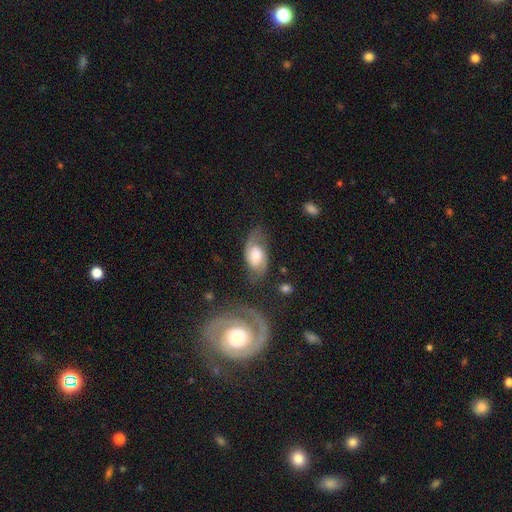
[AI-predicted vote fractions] This is likely a featured or disk galaxy (64%). It is clearly not viewed edge-on (94%). Bar: possibly no (51%). Spiral arm pattern: clearly yes (90%). Spiral arm count: clearly 2 (83%). Spiral winding: possibly medium (47%). Central bulge: marginally moderate (45%). Merging: possibly none (58%).